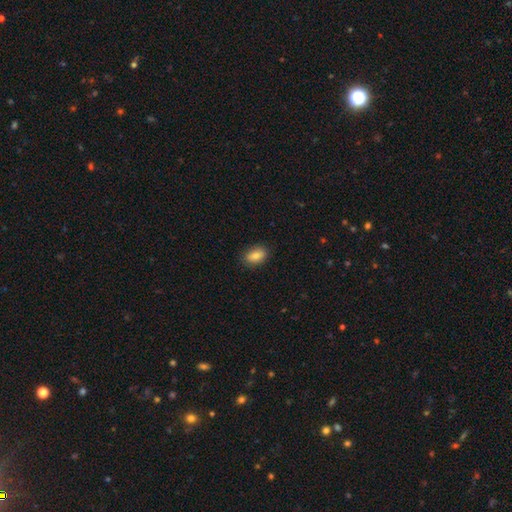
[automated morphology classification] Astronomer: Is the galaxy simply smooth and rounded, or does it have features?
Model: smooth — 81%.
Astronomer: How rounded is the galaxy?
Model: in between — 87%.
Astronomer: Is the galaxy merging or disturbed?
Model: none — 86%.